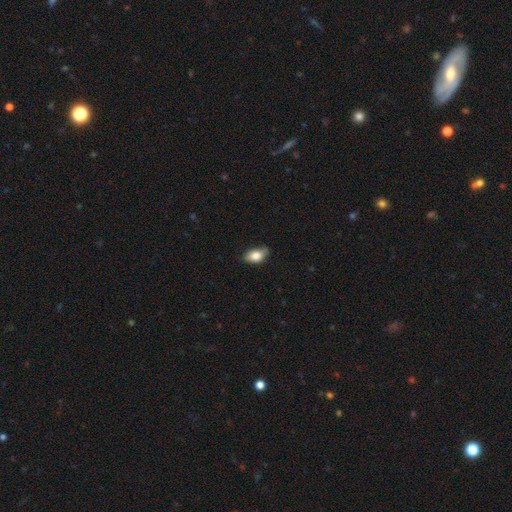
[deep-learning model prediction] Smooth or featured: smooth — 82% (featured or disk — 10%)
How rounded: in between — 90% (round — 8%)
Merging: none — 72% (minor disturbance — 23%)